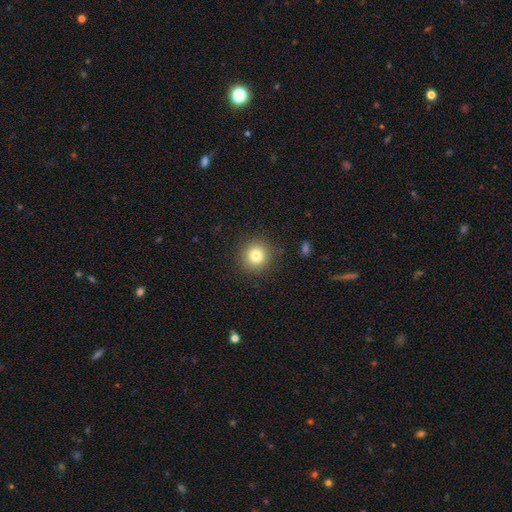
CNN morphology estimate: This is clearly a smooth galaxy (80%). How rounded: clearly round (93%). Merging: clearly none (89%).